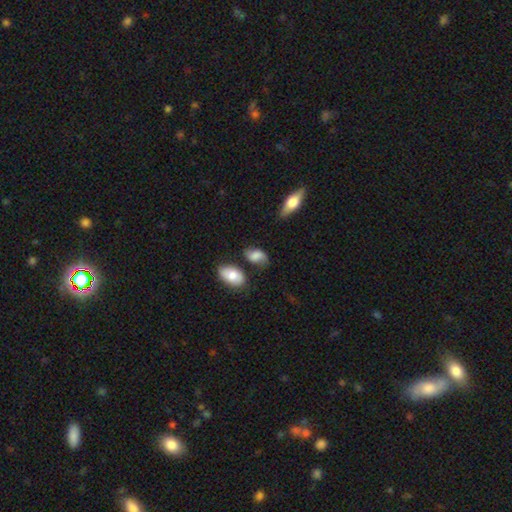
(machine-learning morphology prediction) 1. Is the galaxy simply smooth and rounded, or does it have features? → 66% smooth, 24% featured or disk, 10% star or artifact.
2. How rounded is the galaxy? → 86% in between, 11% round, 3% cigar-shaped.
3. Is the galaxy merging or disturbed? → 60% none, 24% minor disturbance, 8% merger, 8% major disturbance.